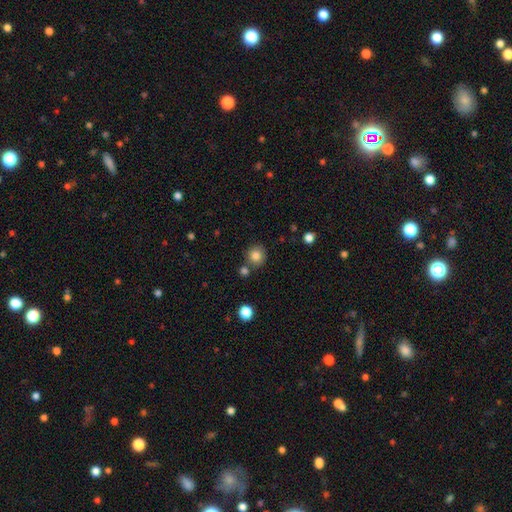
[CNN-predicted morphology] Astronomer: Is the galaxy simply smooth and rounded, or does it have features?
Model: smooth — 83%.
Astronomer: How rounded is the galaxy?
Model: round — 91%.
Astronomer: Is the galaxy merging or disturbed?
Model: none — 78%.